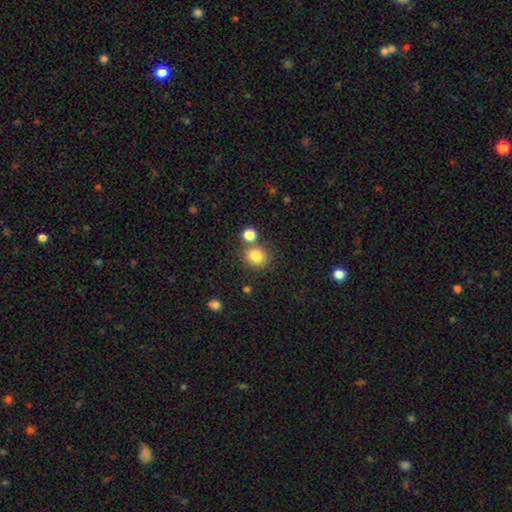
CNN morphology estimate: Smooth or featured? smooth (82%)
How rounded? round (75%)
Merging? none (67%)